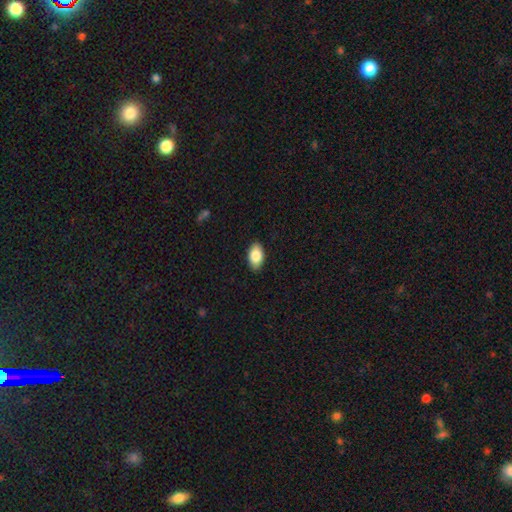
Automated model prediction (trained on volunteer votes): The model was most divided on "merging": none: 88%, minor disturbance: 9%, major disturbance: 2%, merger: 1%. More confident: how rounded — in between (93%); smooth or featured — smooth (86%).